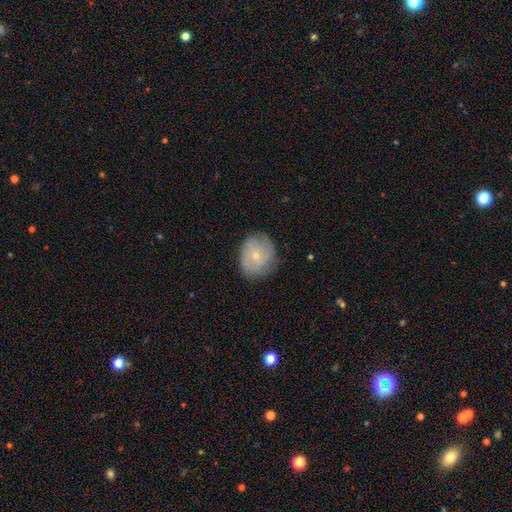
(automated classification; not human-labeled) Overall: featured or disk (55%; smooth 38%). Edge-on disk: no (97%). Bar: no (82%). Spiral arms: yes (80%). Bulge size: small (71%). Merging: none (74%).